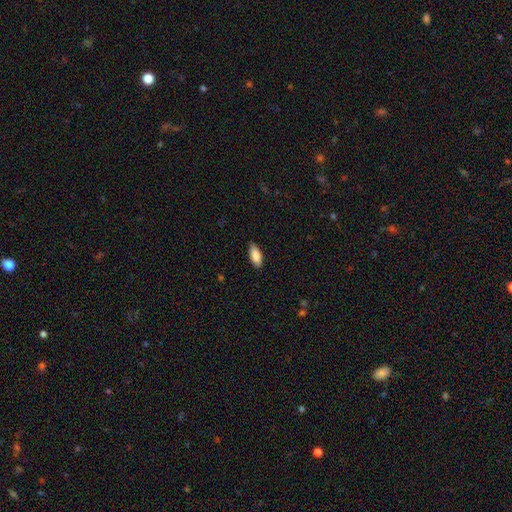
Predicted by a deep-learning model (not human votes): smooth-or-featured: smooth: 89% | star or artifact: 6% | featured or disk: 5%
  how-rounded: in between: 89% | cigar-shaped: 9% | round: 2%
  merging: none: 85% | minor disturbance: 12% | major disturbance: 2% | merger: 1%